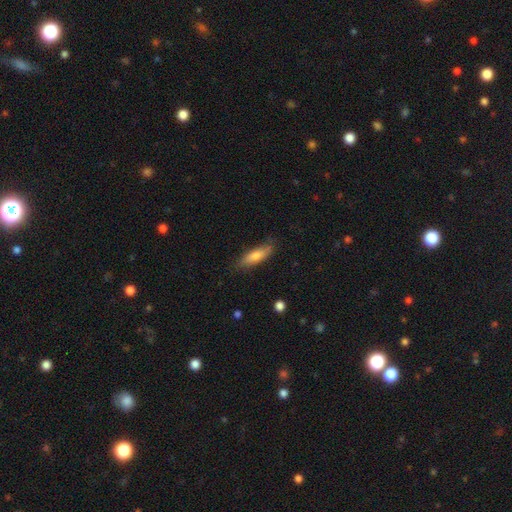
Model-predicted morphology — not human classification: smooth-or-featured: smooth: 74% | featured or disk: 20% | star or artifact: 6%
  how-rounded: cigar-shaped: 54% | in between: 44% | round: 2%
  merging: none: 77% | minor disturbance: 18% | major disturbance: 3% | merger: 1%